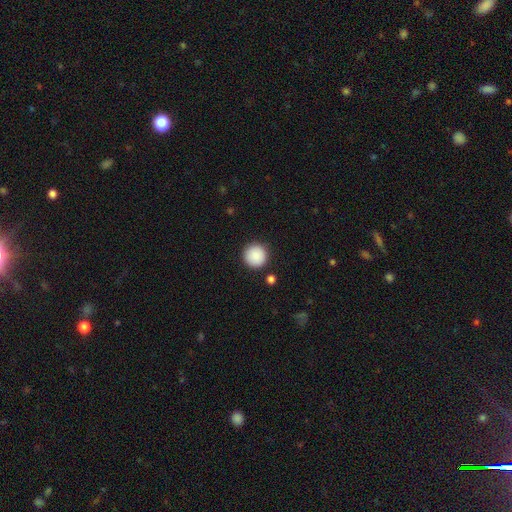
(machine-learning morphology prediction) type=smooth (89%); roundness=round (96%); merging=none (91%).